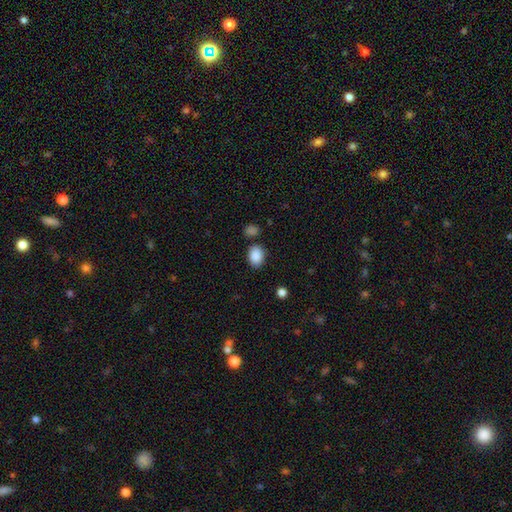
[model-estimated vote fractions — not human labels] Smooth or featured? Predicted: smooth (p=0.88). How rounded? Predicted: in between (p=0.73). Merging? Predicted: none (p=0.80).